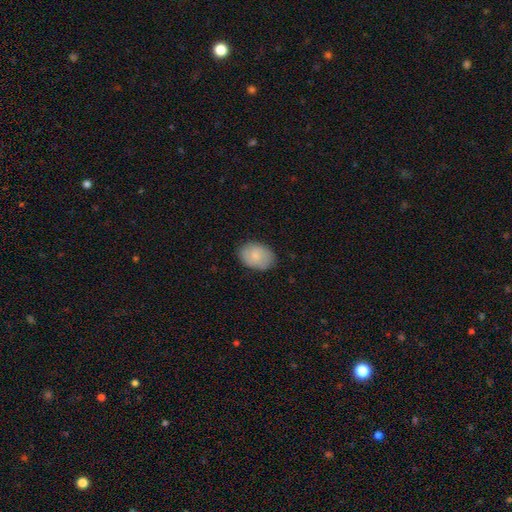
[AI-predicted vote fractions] Smooth or featured: smooth — 80% (featured or disk — 14%)
How rounded: in between — 76% (round — 23%)
Merging: none — 83% (minor disturbance — 13%)